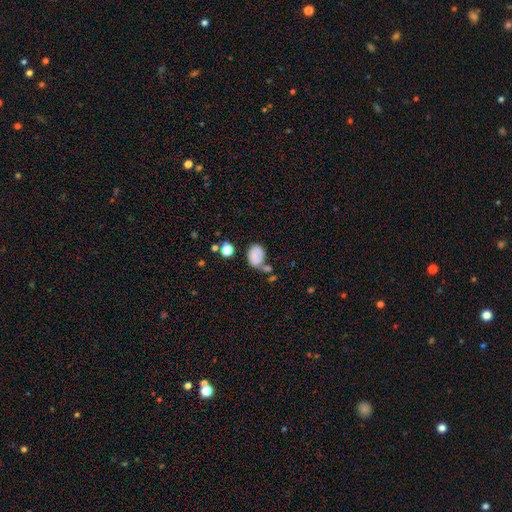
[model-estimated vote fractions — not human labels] smooth_or_featured: smooth (p=0.70) [alt: featured or disk p=0.19]
how_rounded: in between (p=0.69) [alt: round p=0.29]
merging: none (p=0.45) [alt: minor disturbance p=0.24]